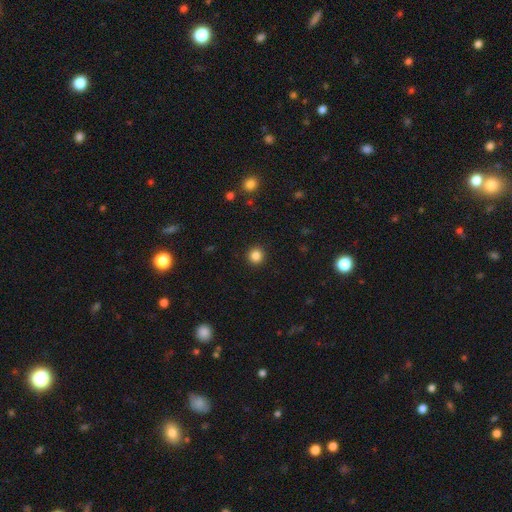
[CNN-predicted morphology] smooth-or-featured: smooth: 85% | star or artifact: 11% | featured or disk: 4%
  how-rounded: round: 93% | in between: 6% | cigar-shaped: 1%
  merging: none: 93% | minor disturbance: 5% | major disturbance: 2% | merger: 1%